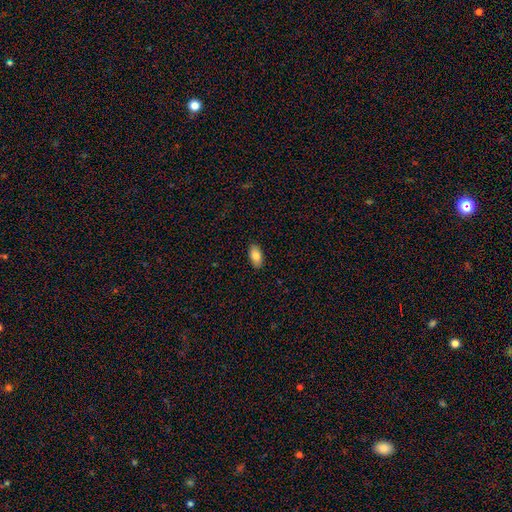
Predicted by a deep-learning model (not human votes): smooth-or-featured: smooth: 83% | featured or disk: 10% | star or artifact: 7%
  how-rounded: in between: 93% | cigar-shaped: 3% | round: 3%
  merging: none: 89% | minor disturbance: 8% | major disturbance: 2% | merger: 1%